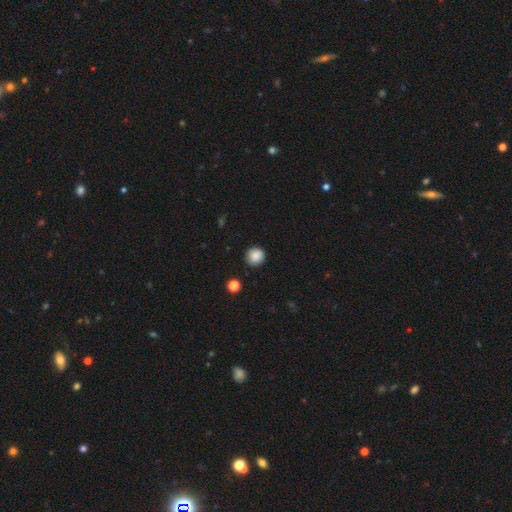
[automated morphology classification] type=smooth (87%); roundness=round (92%); merging=none (84%).